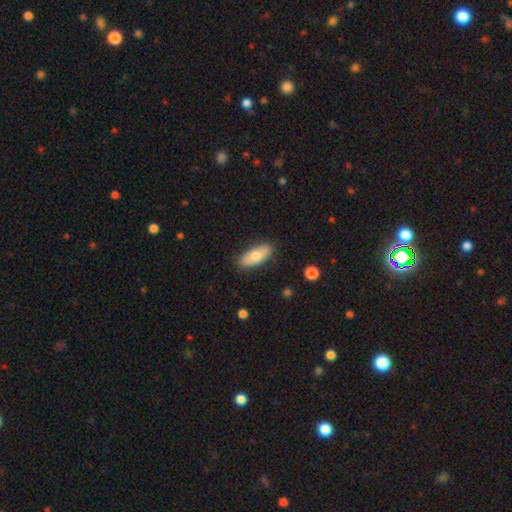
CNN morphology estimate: type=smooth (74%); roundness=in between (81%); merging=none (86%).